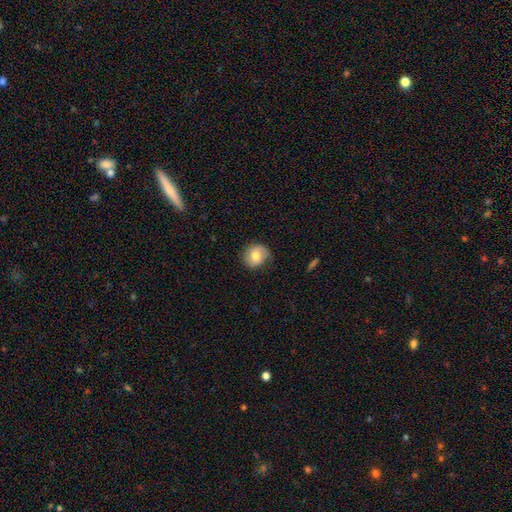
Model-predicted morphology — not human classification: smooth-or-featured: smooth: 68% | featured or disk: 24% | star or artifact: 8%
  how-rounded: round: 79% | in between: 20% | cigar-shaped: 1%
  merging: none: 70% | minor disturbance: 22% | major disturbance: 6% | merger: 1%